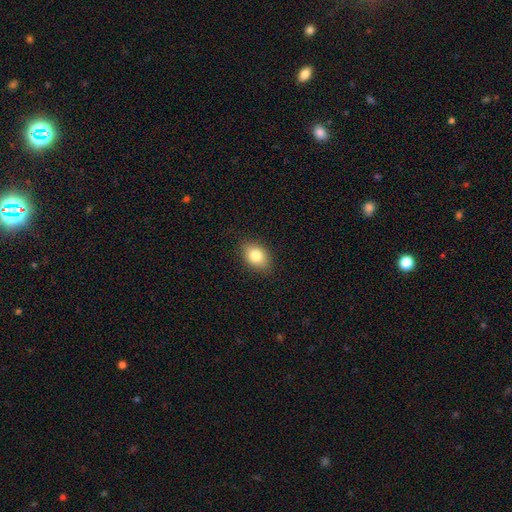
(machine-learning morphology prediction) Overall: smooth (80%). How rounded: in between (76%). Merging: none (86%).